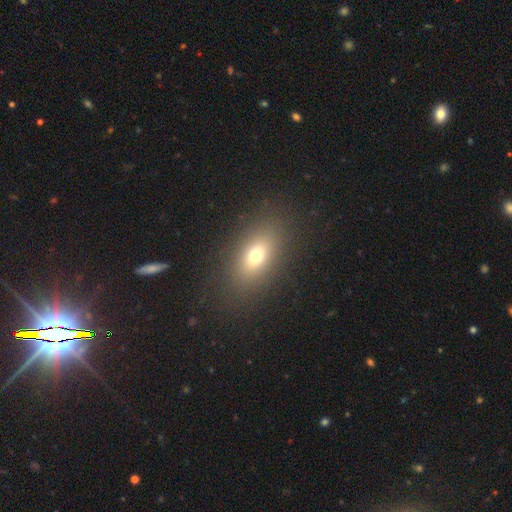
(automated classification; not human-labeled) Smooth or featured: smooth — 69% (featured or disk — 16%)
How rounded: in between — 77% (round — 17%)
Merging: none — 84% (minor disturbance — 9%)